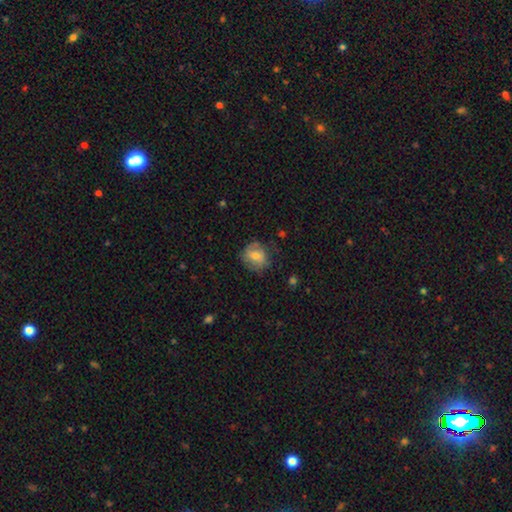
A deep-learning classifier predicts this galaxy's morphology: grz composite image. It shows a smooth galaxy with no disk features (67%) that is round (72%). Merging: none (67%).